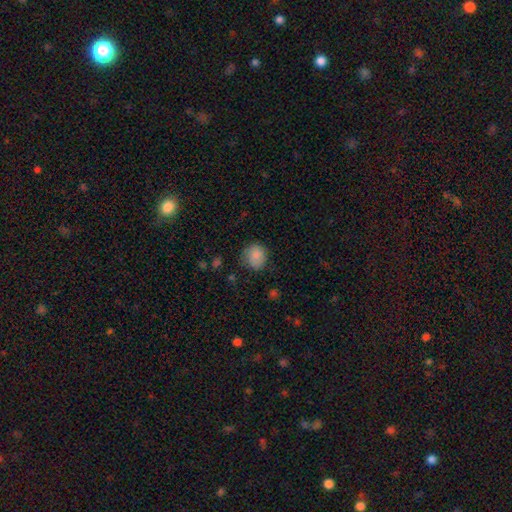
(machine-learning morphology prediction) smooth 82%, featured or disk 10%, star or artifact 8%. Down the decision tree: how rounded — round (80%); merging — none (69%).